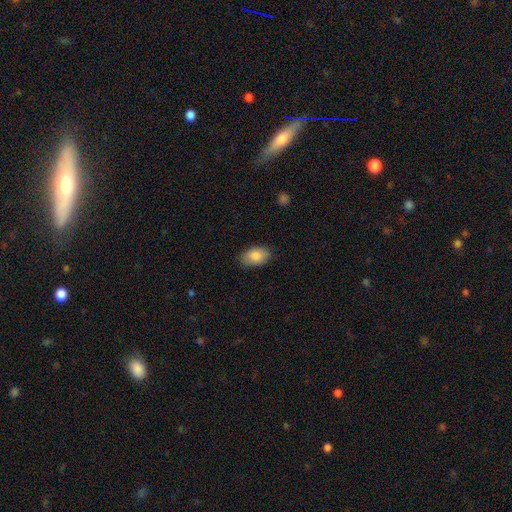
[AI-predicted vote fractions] Smooth or featured? smooth (85%)
How rounded? in between (92%)
Merging? none (84%)